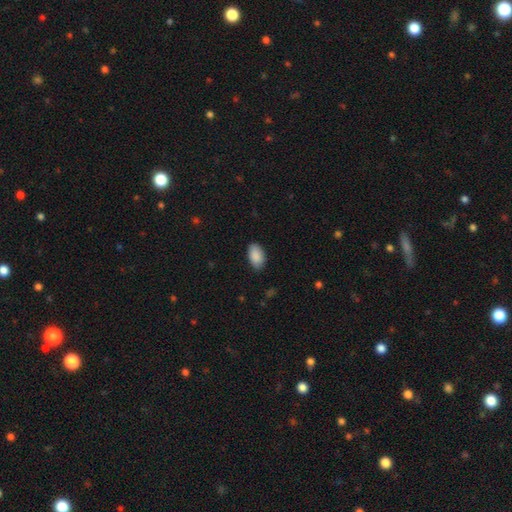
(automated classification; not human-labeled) Smooth or featured: smooth — 90% (star or artifact — 6%)
How rounded: in between — 94% (round — 4%)
Merging: none — 84% (minor disturbance — 13%)